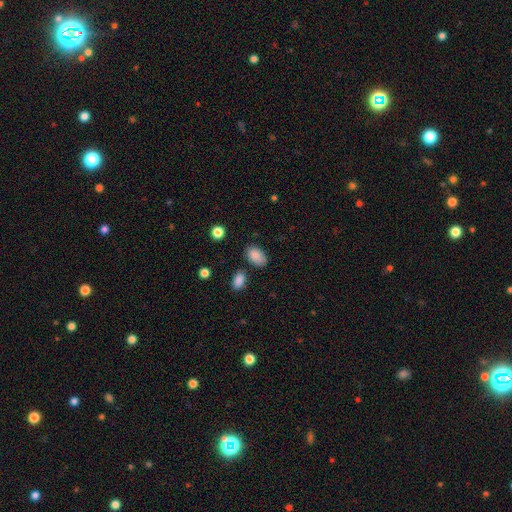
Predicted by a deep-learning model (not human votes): Smooth or featured? Predicted: smooth (p=0.87). How rounded? Predicted: in between (p=0.91). Merging? Predicted: none (p=0.74).